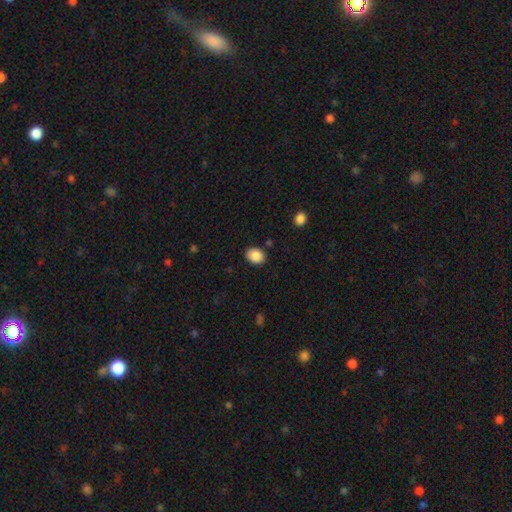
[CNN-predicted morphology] Smooth or featured? Predicted: smooth (p=0.88). How rounded? Predicted: in between (p=0.61). Merging? Predicted: none (p=0.85).